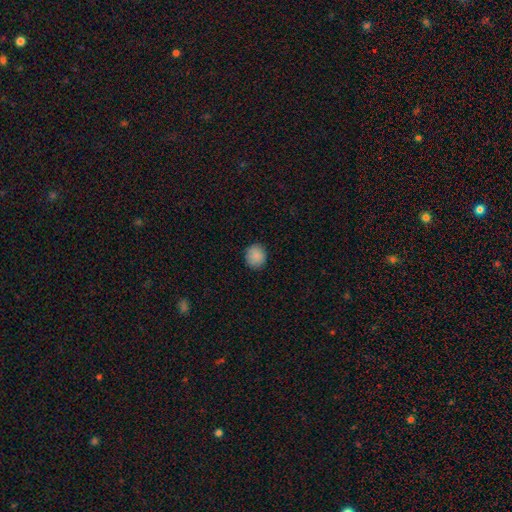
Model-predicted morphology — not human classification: Smooth or featured: smooth — 88% (star or artifact — 8%)
How rounded: round — 80% (in between — 20%)
Merging: none — 88% (minor disturbance — 9%)